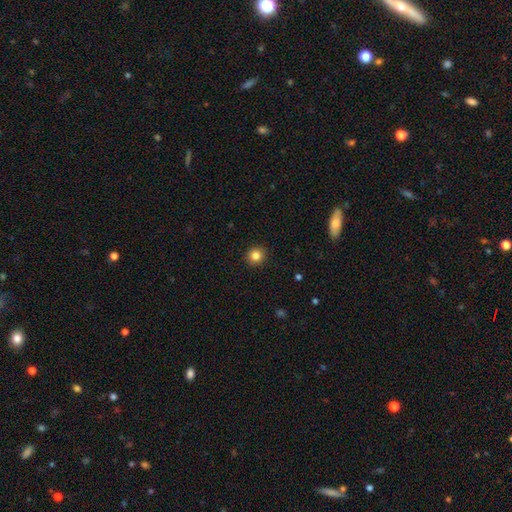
Overall: smooth (85%). How rounded: round (97%). Merging: none (94%).